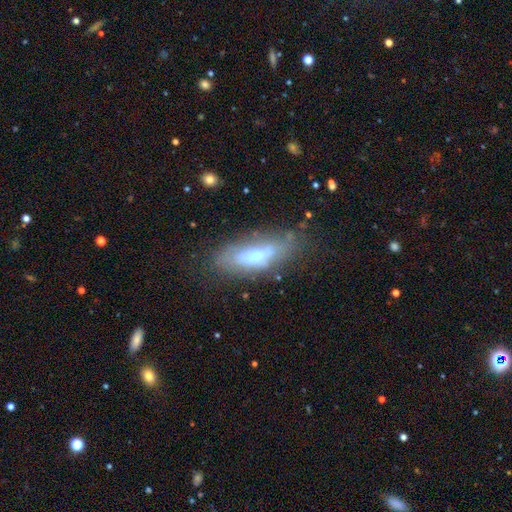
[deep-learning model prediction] Smooth or featured?
  - smooth: 47% *
  - featured or disk: 45%
  - star or artifact: 8%
Merging?
  - none: 65% *
  - minor disturbance: 23%
  - major disturbance: 9%
  - merger: 3%